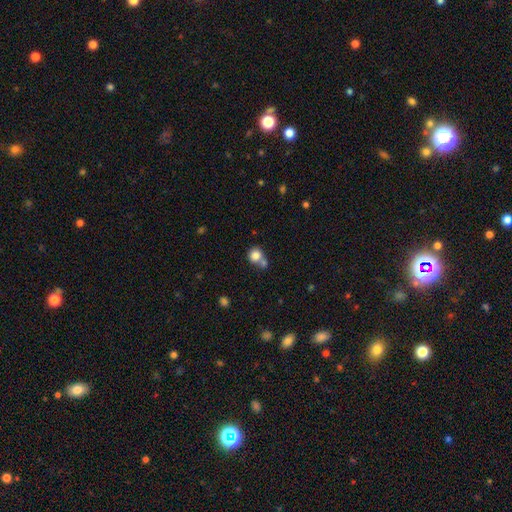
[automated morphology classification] This appears to be a smooth galaxy with no disk features (81%) that is round (83%). Merging: merger (43%, tied with none).